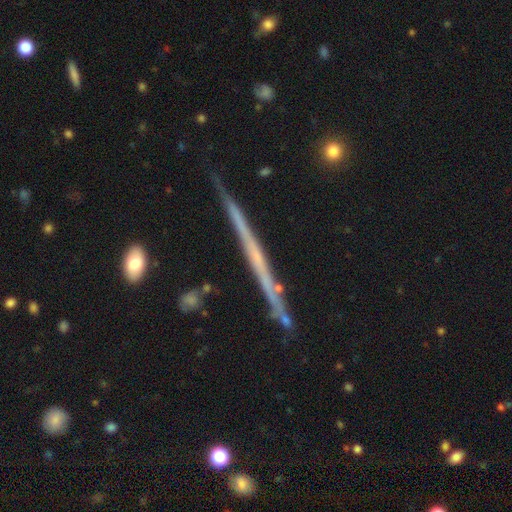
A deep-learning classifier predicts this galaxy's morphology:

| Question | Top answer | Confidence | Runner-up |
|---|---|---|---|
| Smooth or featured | featured or disk | 72% | smooth (21%) |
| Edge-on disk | yes | 97% | no (3%) |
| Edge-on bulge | none | 82% | rounded (13%) |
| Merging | none | 82% | minor disturbance (13%) |